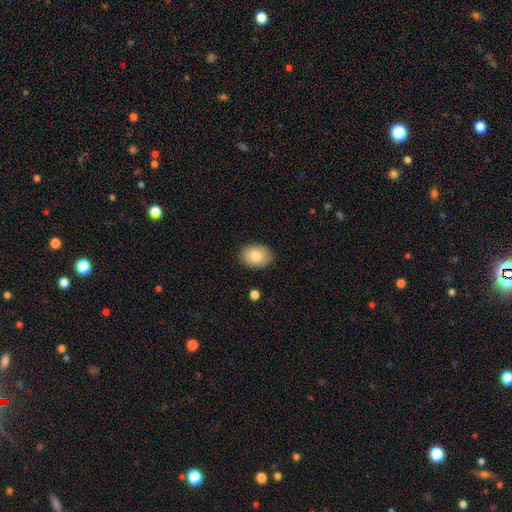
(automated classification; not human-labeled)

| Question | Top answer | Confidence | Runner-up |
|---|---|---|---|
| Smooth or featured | smooth | 82% | featured or disk (11%) |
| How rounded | in between | 69% | round (30%) |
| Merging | none | 87% | minor disturbance (9%) |